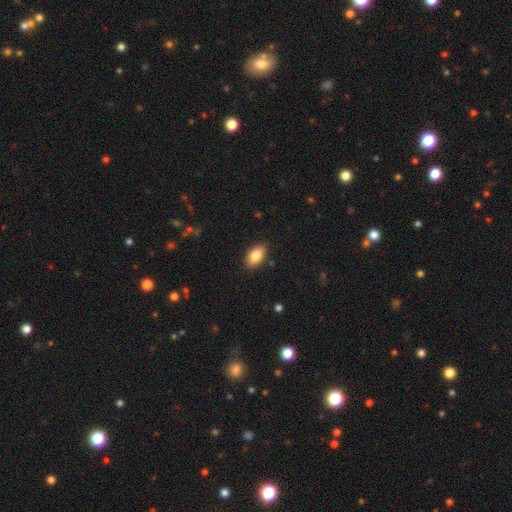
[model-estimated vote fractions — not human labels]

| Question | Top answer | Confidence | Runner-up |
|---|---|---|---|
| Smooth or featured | smooth | 84% | featured or disk (9%) |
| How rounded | in between | 92% | round (5%) |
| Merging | none | 87% | minor disturbance (10%) |